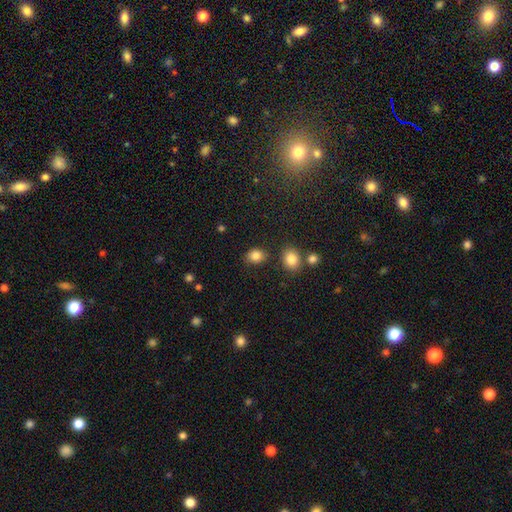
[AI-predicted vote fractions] This is clearly a smooth galaxy (85%). How rounded: possibly round (52%). Merging: clearly none (81%).